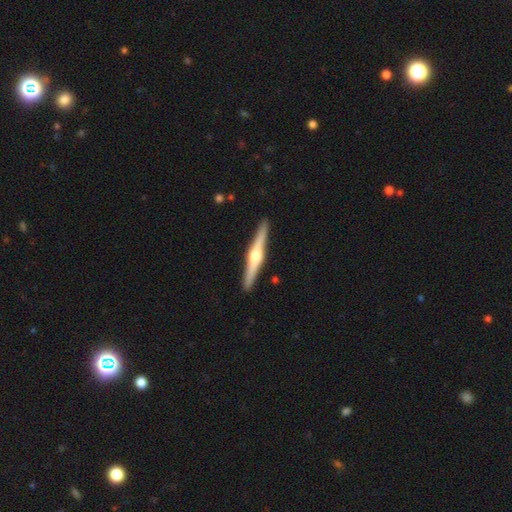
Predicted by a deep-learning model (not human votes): Smooth or featured?
  - featured or disk: 78% *
  - smooth: 18%
  - star or artifact: 4%
Edge-on disk?
  - yes: 98% *
  - no: 2%
Edge-on bulge?
  - rounded: 94% *
  - boxy: 4%
  - none: 3%
Merging?
  - none: 92% *
  - minor disturbance: 5%
  - major disturbance: 1%
  - merger: 1%